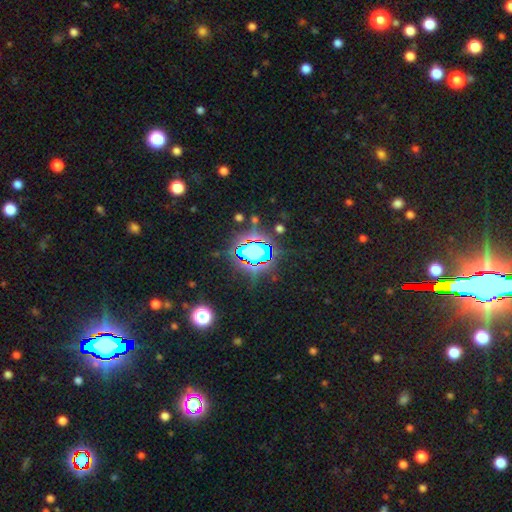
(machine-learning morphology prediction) This is likely a star or artifact rather than a galaxy (68%).